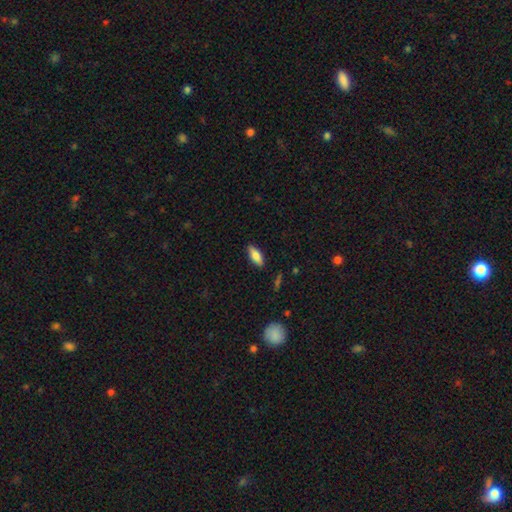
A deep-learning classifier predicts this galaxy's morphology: This appears to be a smooth galaxy with no disk features (79%) that is in between round and cigar-shaped (75%). Merging: none (86%).